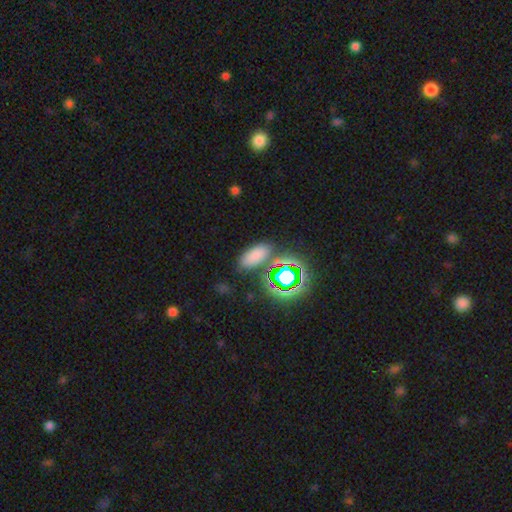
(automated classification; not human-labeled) Overall: smooth (67%). How rounded: in between (86%). Merging: none (80%).